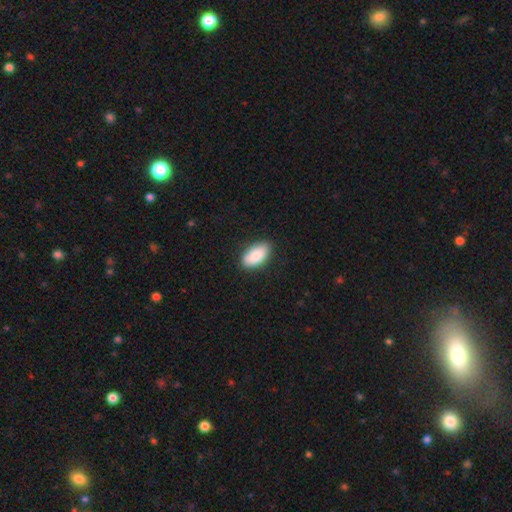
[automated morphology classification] This is clearly a smooth galaxy (86%). How rounded: clearly in between (93%). Merging: clearly none (84%).